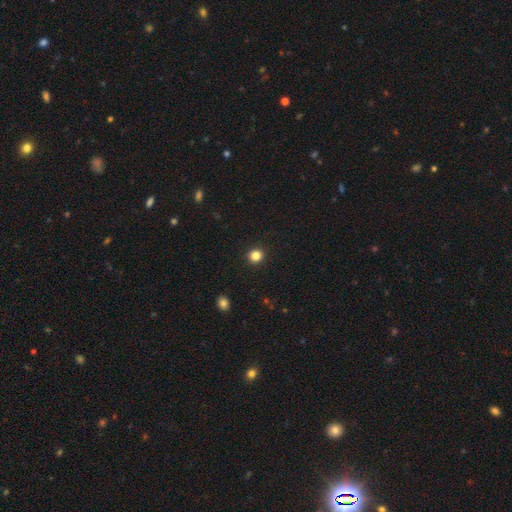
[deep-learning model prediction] smooth-or-featured: smooth: 83% | star or artifact: 13% | featured or disk: 4%
  how-rounded: round: 91% | in between: 8% | cigar-shaped: 1%
  merging: none: 93% | minor disturbance: 5% | major disturbance: 2% | merger: 1%